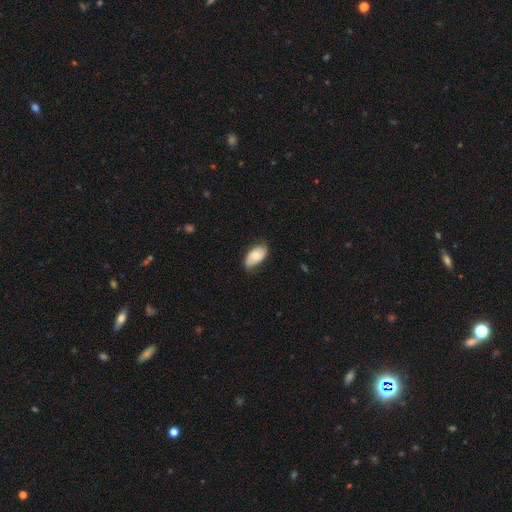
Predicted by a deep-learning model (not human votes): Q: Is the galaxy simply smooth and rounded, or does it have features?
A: smooth — 56%.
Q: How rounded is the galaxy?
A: in between — 93%.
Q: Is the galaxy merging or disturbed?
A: none — 69%.